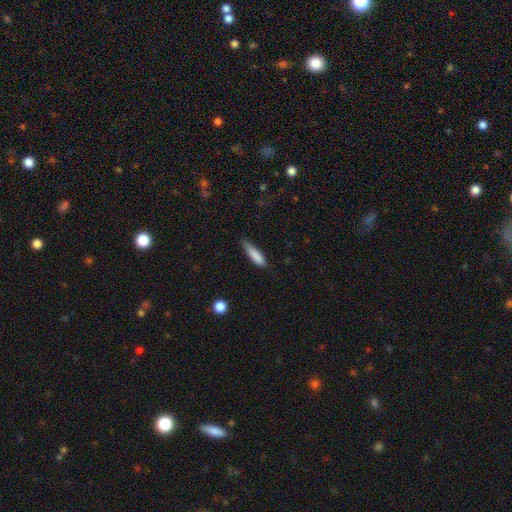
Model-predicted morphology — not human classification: This is clearly a smooth galaxy (84%). How rounded: likely cigar-shaped (72%). Merging: possibly none (56%).